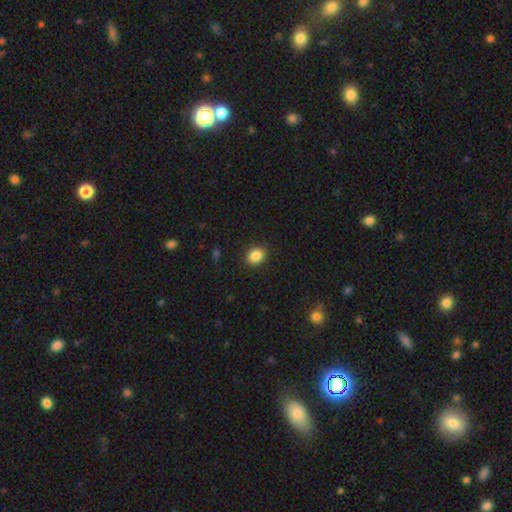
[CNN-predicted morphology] Smooth or featured? Predicted: smooth (p=0.87). How rounded? Predicted: round (p=0.53). Merging? Predicted: none (p=0.89).